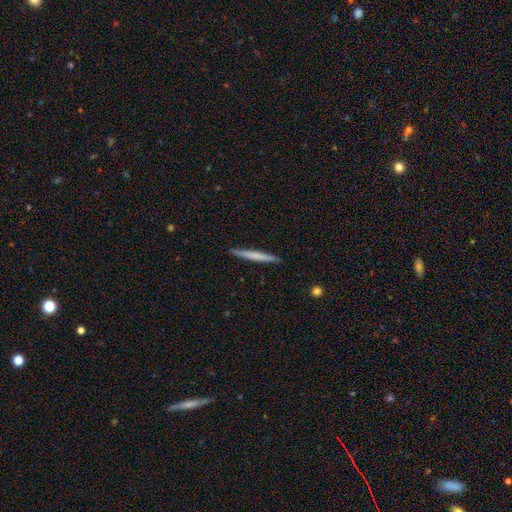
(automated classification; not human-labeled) Overall: smooth (59%; featured or disk 36%). How rounded: cigar-shaped (97%). Merging: none (91%).